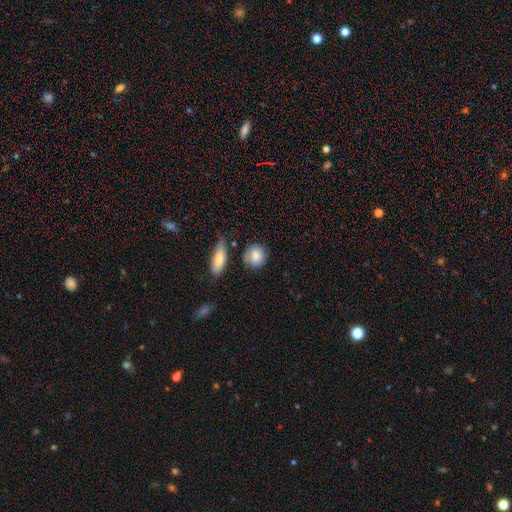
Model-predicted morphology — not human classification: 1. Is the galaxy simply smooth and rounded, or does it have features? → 85% smooth, 9% featured or disk, 7% star or artifact.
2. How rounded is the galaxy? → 79% round, 18% in between, 2% cigar-shaped.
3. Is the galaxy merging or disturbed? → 75% none, 15% minor disturbance, 7% merger, 4% major disturbance.